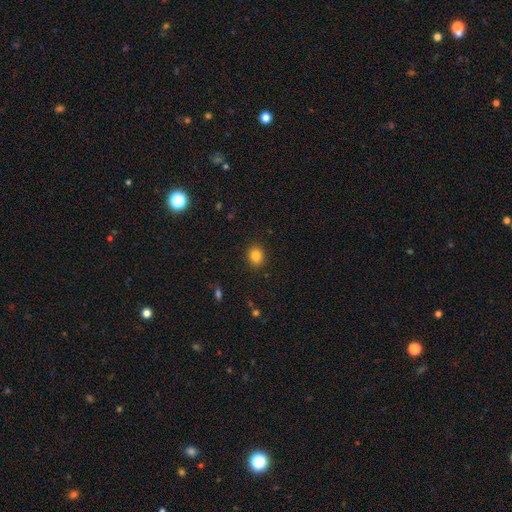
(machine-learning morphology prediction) Smooth or featured: smooth — 84% (star or artifact — 11%)
How rounded: round — 62% (in between — 37%)
Merging: none — 90% (minor disturbance — 7%)